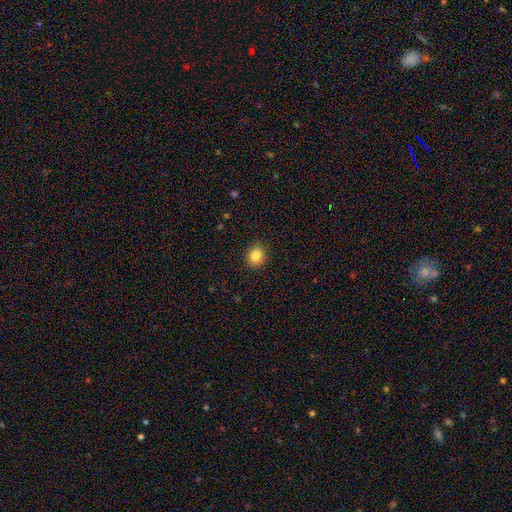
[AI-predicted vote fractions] The model was most divided on "how rounded": round: 72%, in between: 27%, cigar-shaped: 1%. More confident: merging — none (89%); smooth or featured — smooth (84%).